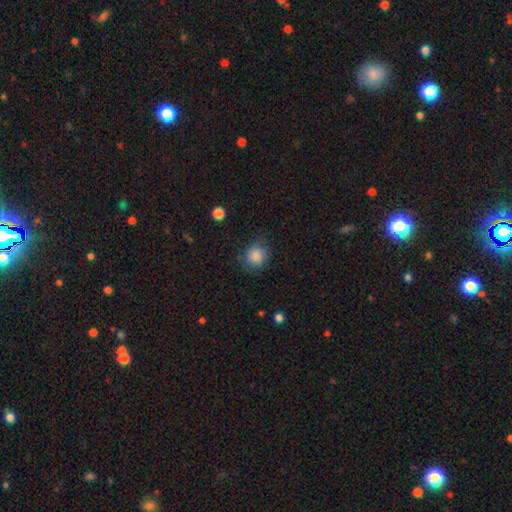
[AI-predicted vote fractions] Overall: smooth (85%). How rounded: round (84%). Merging: none (73%).